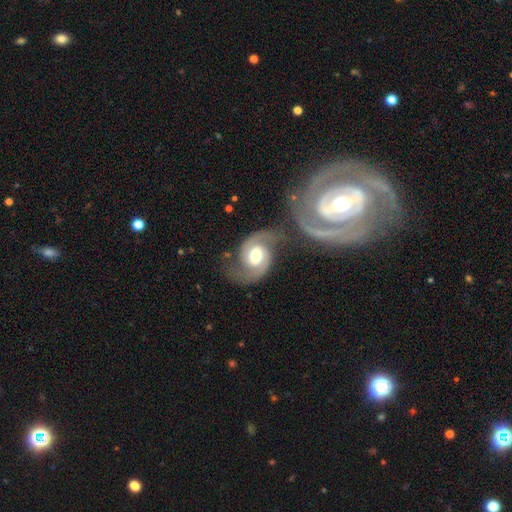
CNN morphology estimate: This is clearly a featured or disk galaxy (88%). It is clearly not viewed edge-on (98%). Bar: possibly no (46%). Spiral arm pattern: clearly yes (96%). Spiral arm count: clearly 2 (93%). Spiral winding: possibly medium (57%). Central bulge: likely moderate (68%). Merging: possibly none (59%).